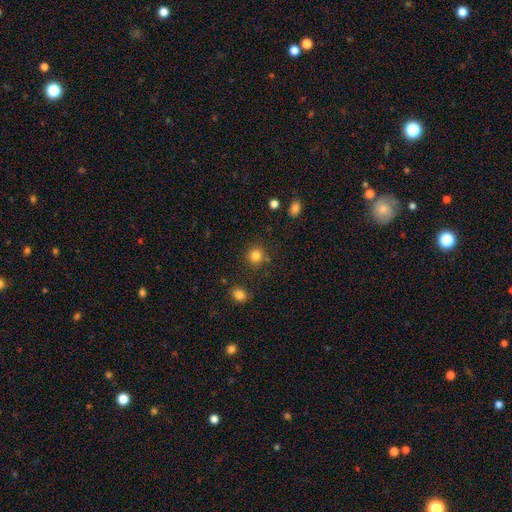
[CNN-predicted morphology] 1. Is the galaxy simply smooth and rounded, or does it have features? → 82% smooth, 12% star or artifact, 5% featured or disk.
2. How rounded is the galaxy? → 91% round, 8% in between, 1% cigar-shaped.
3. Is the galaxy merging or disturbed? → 84% none, 8% minor disturbance, 4% merger, 3% major disturbance.